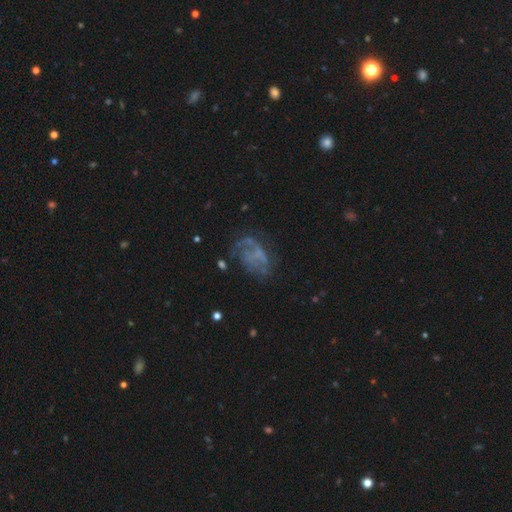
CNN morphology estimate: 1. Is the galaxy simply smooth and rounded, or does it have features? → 58% featured or disk, 25% smooth, 17% star or artifact.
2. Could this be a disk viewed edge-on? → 97% no, 3% yes.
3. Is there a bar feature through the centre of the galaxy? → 80% no, 16% weak, 5% strong.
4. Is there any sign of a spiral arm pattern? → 57% no, 43% yes.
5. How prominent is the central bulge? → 78% none, 12% small, 6% moderate, 2% large, 1% dominant.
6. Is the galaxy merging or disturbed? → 42% none, 33% major disturbance, 20% minor disturbance, 5% merger.